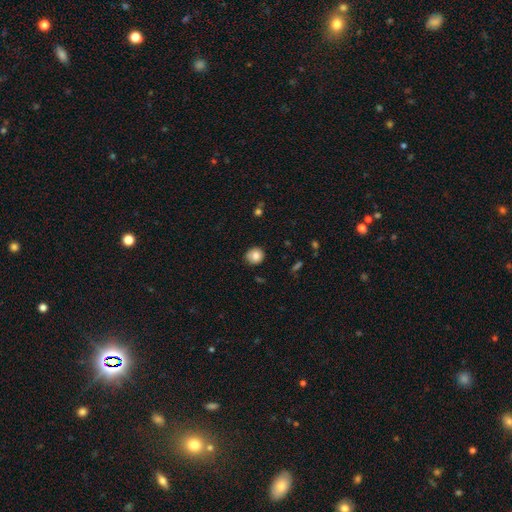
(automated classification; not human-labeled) Smooth or featured? Predicted: smooth (p=0.84). How rounded? Predicted: round (p=0.86). Merging? Predicted: none (p=0.83).